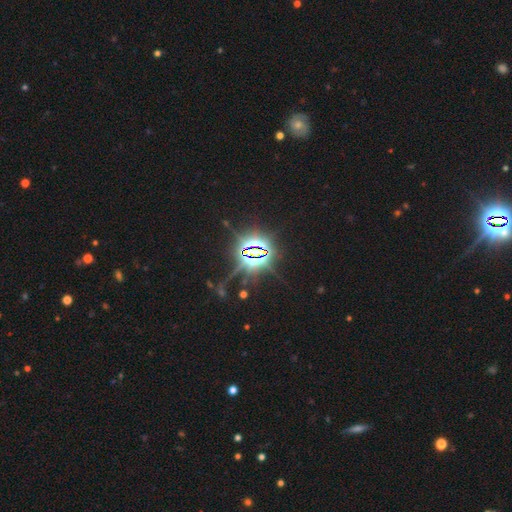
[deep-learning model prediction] Q: Smooth or featured?
A: star or artifact (84%); runner-up: featured or disk (9%)